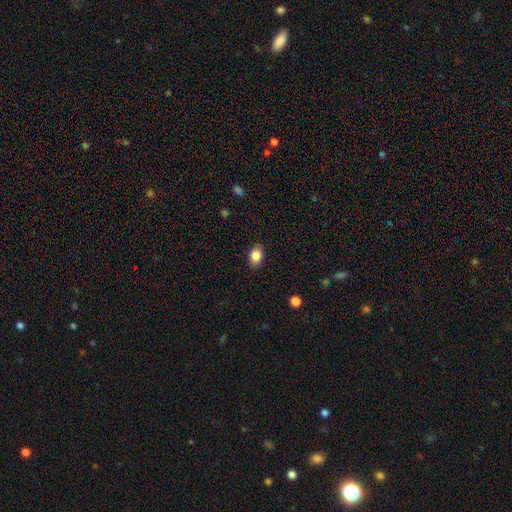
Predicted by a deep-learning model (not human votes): A smooth galaxy with no disk features (85%) that is in between round and cigar-shaped (74%).

Vote fractions:
- Smooth or featured? smooth: 85% / star or artifact: 9% / featured or disk: 6%
- How rounded? in between: 74% / round: 24% / cigar-shaped: 1%
- Merging? none: 87% / minor disturbance: 10% / major disturbance: 2% / merger: 1%